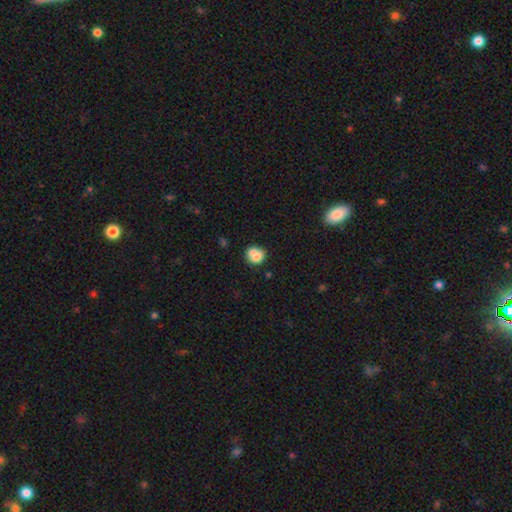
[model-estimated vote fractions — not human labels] A smooth galaxy with no disk features (71%) that is round (73%).

Vote fractions:
- Smooth or featured? smooth: 71% / featured or disk: 20% / star or artifact: 9%
- How rounded? round: 73% / in between: 26% / cigar-shaped: 1%
- Merging? merger: 47% / none: 37% / minor disturbance: 12% / major disturbance: 4%